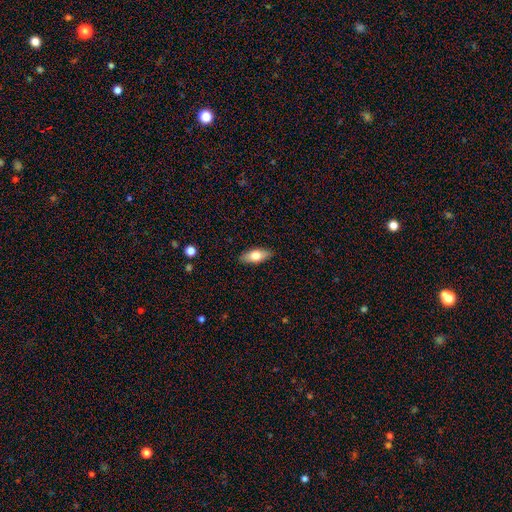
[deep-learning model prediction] This is likely a smooth galaxy (72%). How rounded: clearly in between (81%). Merging: clearly none (88%).